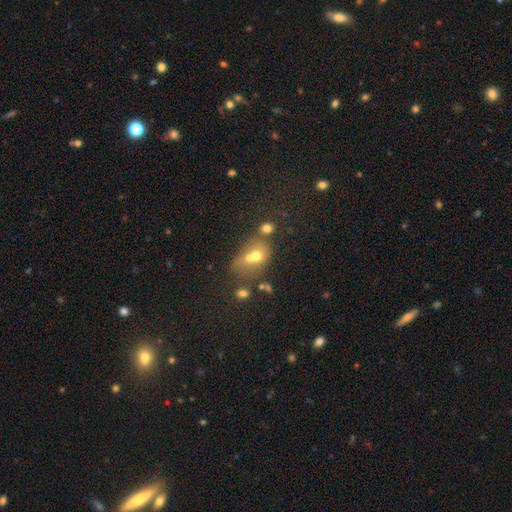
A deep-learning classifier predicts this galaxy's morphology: Smooth or featured: smooth — 61% (featured or disk — 24%)
How rounded: round — 51% (in between — 48%)
Merging: merger — 62% (none — 24%)